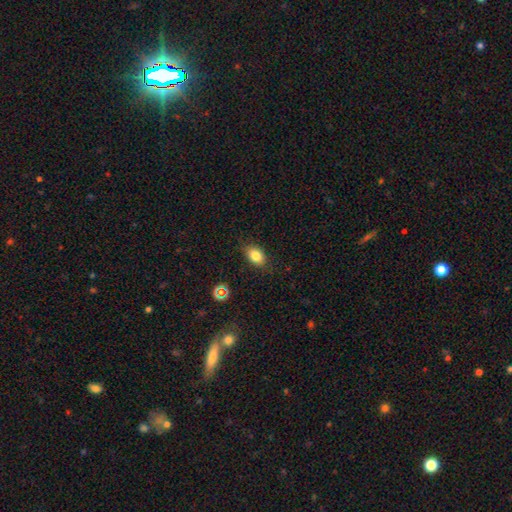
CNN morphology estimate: Smooth or featured? Predicted: smooth (p=0.81). How rounded? Predicted: in between (p=0.82). Merging? Predicted: none (p=0.83).